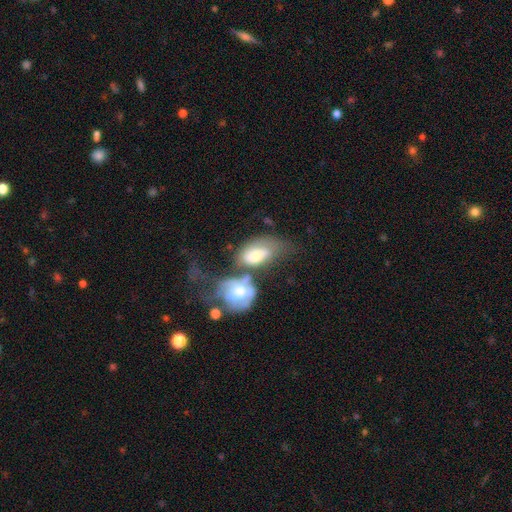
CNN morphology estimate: This appears to be a featured or disk galaxy (47%). Merging: merger (55%).